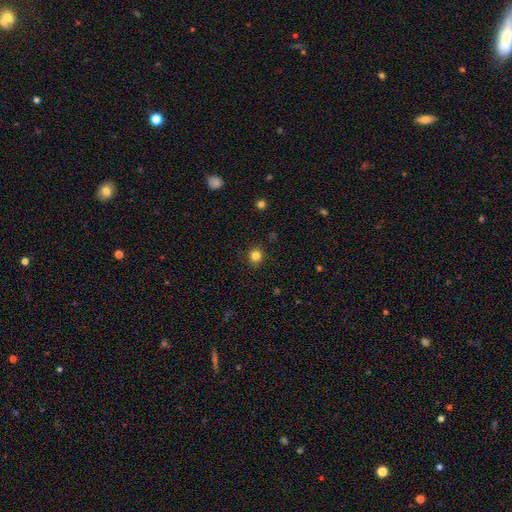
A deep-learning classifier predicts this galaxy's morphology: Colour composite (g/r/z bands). It shows a smooth galaxy with no disk features (83%) that is round (89%). Merging: none (90%).